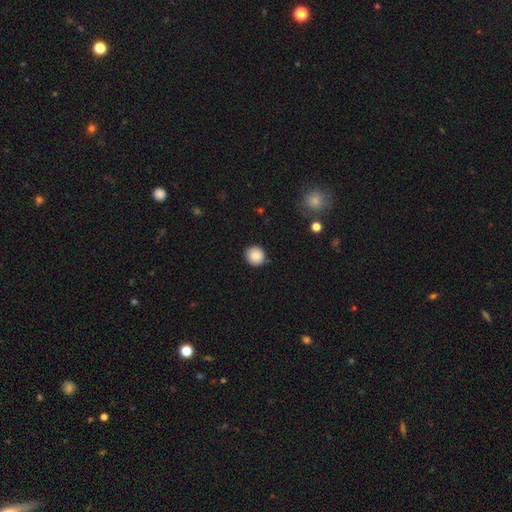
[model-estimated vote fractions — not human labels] smooth 87%, star or artifact 9%, featured or disk 4%. Down the decision tree: how rounded — round (91%); merging — none (87%).